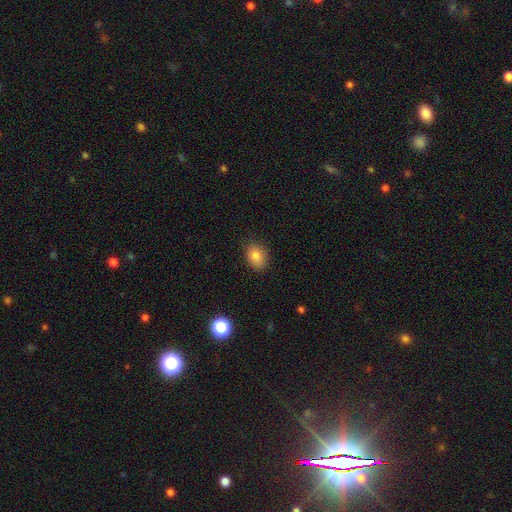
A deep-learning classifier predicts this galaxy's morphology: Smooth or featured: smooth — 82% (star or artifact — 10%)
How rounded: in between — 61% (round — 38%)
Merging: none — 82% (minor disturbance — 14%)